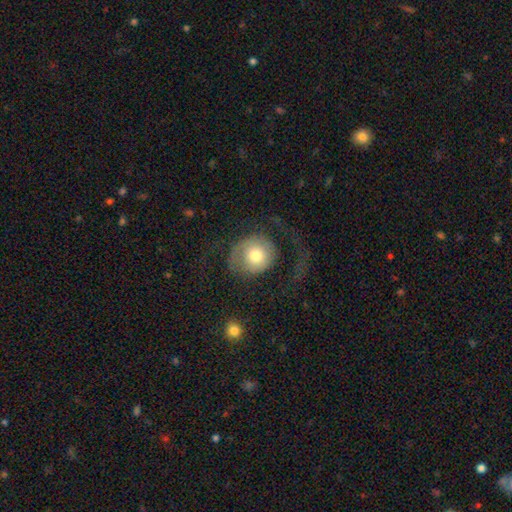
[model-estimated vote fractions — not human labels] A smooth galaxy with no disk features (55%) that is round (82%). Merging: major disturbance (47%).